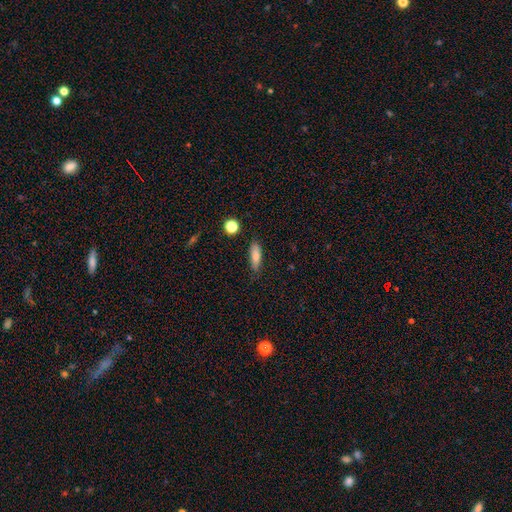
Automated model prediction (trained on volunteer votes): Smooth or featured?
  - smooth: 80% *
  - featured or disk: 12%
  - star or artifact: 8%
How rounded?
  - in between: 49% *
  - cigar-shaped: 48%
  - round: 3%
Merging?
  - none: 83% *
  - minor disturbance: 12%
  - major disturbance: 3%
  - merger: 2%